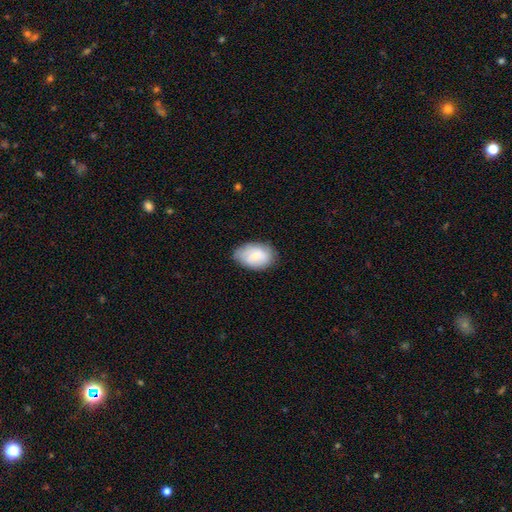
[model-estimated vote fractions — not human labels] Q: Smooth or featured?
A: smooth (67%); runner-up: featured or disk (26%)
Q: How rounded?
A: in between (89%); runner-up: round (10%)
Q: Merging?
A: none (75%); runner-up: minor disturbance (20%)